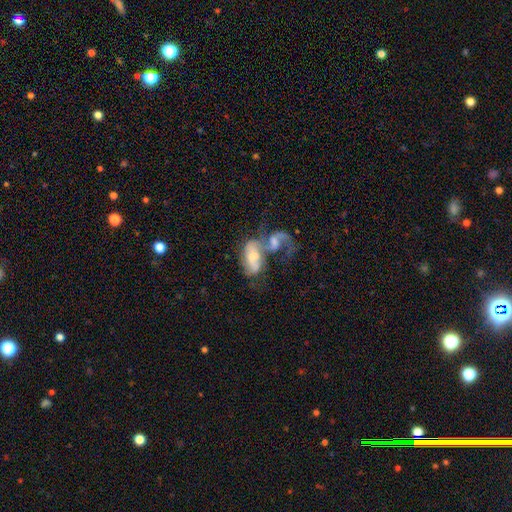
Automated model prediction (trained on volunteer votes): Smooth or featured?
  - featured or disk: 56% *
  - smooth: 35%
  - star or artifact: 8%
Edge-on disk?
  - no: 95% *
  - yes: 5%
Bar?
  - no: 56% *
  - weak: 33%
  - strong: 12%
Spiral arms?
  - yes: 67% *
  - no: 33%
Bulge size?
  - moderate: 39% *
  - small: 35%
  - none: 16%
  - large: 8%
  - dominant: 2%
Merging?
  - merger: 71% *
  - major disturbance: 13%
  - none: 10%
  - minor disturbance: 6%